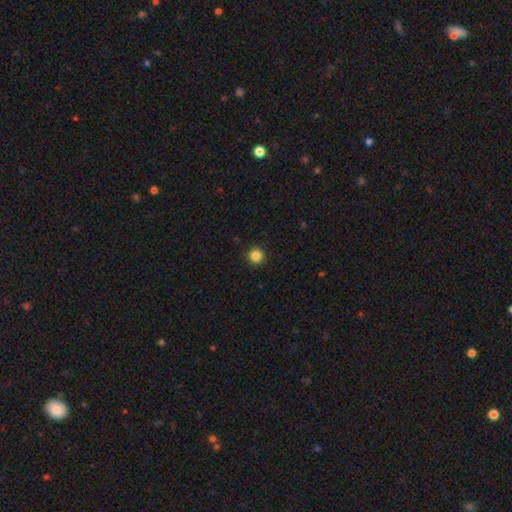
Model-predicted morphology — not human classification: The model was most divided on "smooth or featured": smooth: 86%, star or artifact: 11%, featured or disk: 3%. More confident: how rounded — round (95%); merging — none (92%).